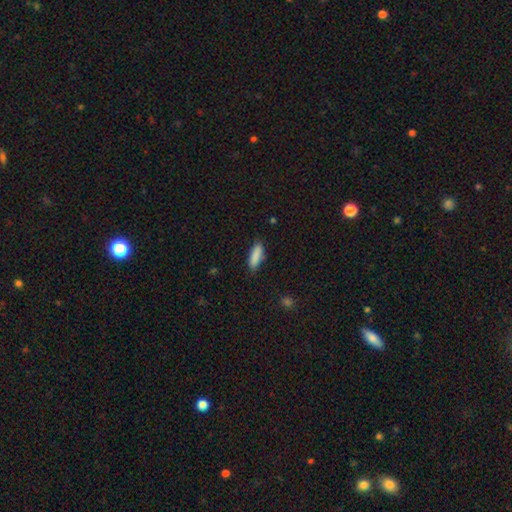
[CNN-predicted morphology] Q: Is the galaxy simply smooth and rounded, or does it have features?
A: smooth — 88%.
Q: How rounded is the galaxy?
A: in between — 52%.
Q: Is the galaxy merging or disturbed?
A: none — 82%.